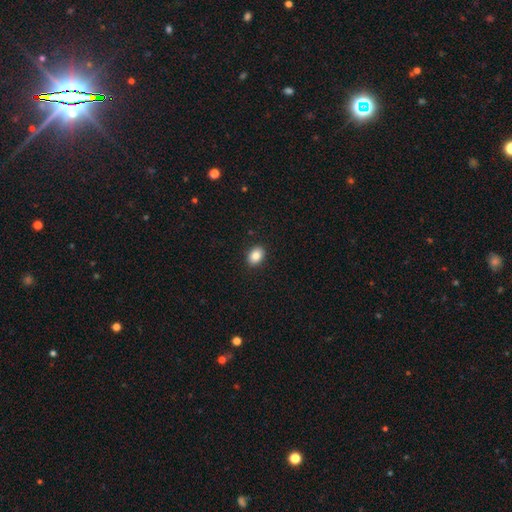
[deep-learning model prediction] Smooth or featured: smooth — 85% (star or artifact — 9%)
How rounded: in between — 71% (round — 28%)
Merging: none — 90% (minor disturbance — 7%)